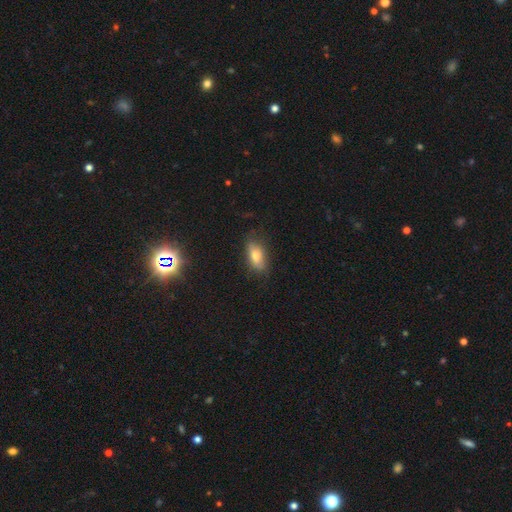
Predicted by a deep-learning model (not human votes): smooth-or-featured: smooth: 72% | featured or disk: 18% | star or artifact: 10%
  how-rounded: in between: 83% | cigar-shaped: 12% | round: 5%
  merging: none: 74% | minor disturbance: 20% | major disturbance: 5% | merger: 2%